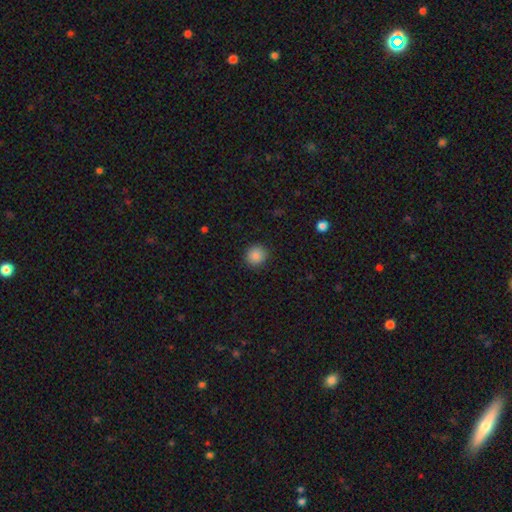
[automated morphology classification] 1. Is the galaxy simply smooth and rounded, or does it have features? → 86% smooth, 9% star or artifact, 4% featured or disk.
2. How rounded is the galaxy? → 88% round, 11% in between, 1% cigar-shaped.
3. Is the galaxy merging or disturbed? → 89% none, 8% minor disturbance, 2% major disturbance, 1% merger.